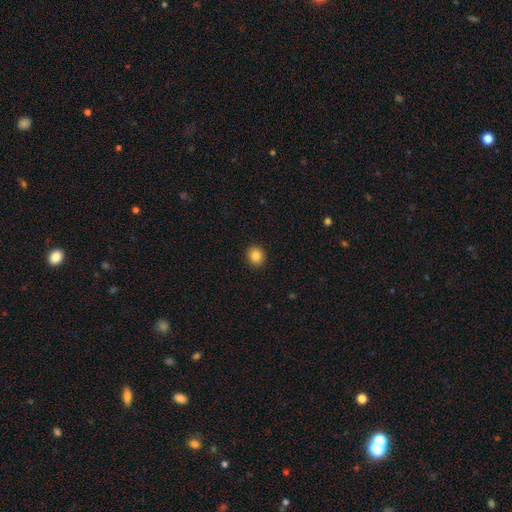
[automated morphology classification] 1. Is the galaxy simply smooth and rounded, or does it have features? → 85% smooth, 10% star or artifact, 5% featured or disk.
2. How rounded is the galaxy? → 84% round, 15% in between, 1% cigar-shaped.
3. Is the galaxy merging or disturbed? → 92% none, 5% minor disturbance, 2% major disturbance, 1% merger.